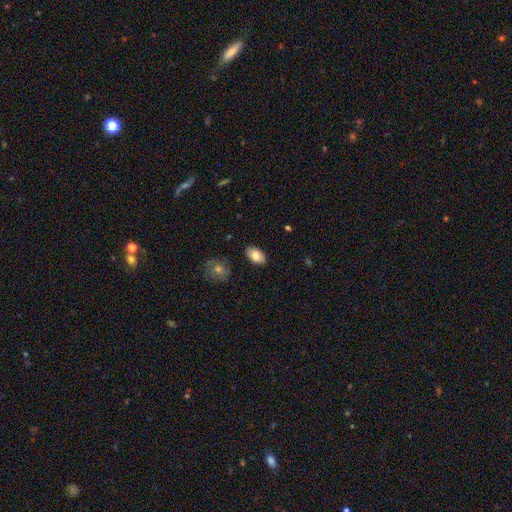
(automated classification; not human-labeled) This appears to be a smooth galaxy with no disk features (82%) that is in between round and cigar-shaped (93%). Merging: none (87%).